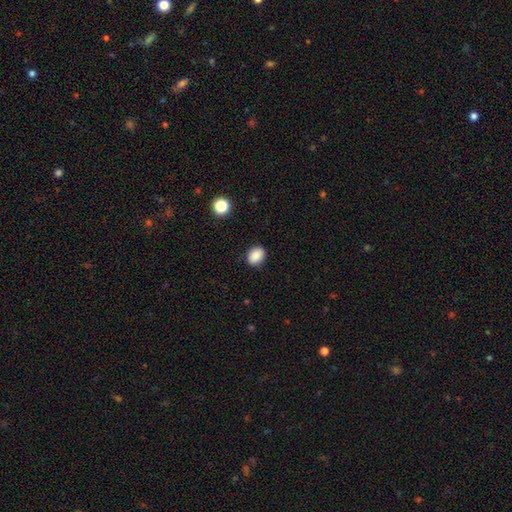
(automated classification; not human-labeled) A smooth galaxy with no disk features (88%) that is in between round and cigar-shaped (64%). Merging: none (87%).